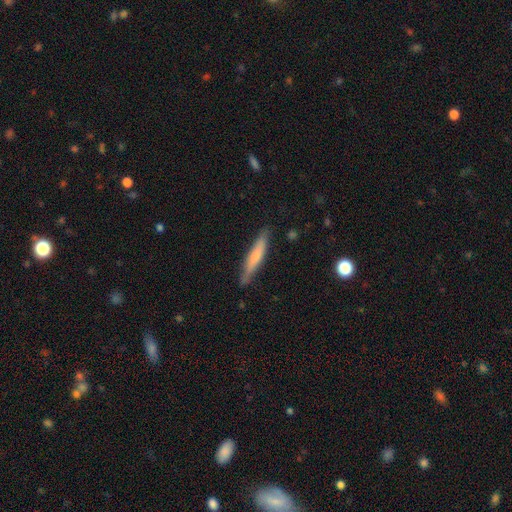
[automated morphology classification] Overall: smooth (63%; featured or disk 31%). How rounded: cigar-shaped (91%). Merging: none (84%).